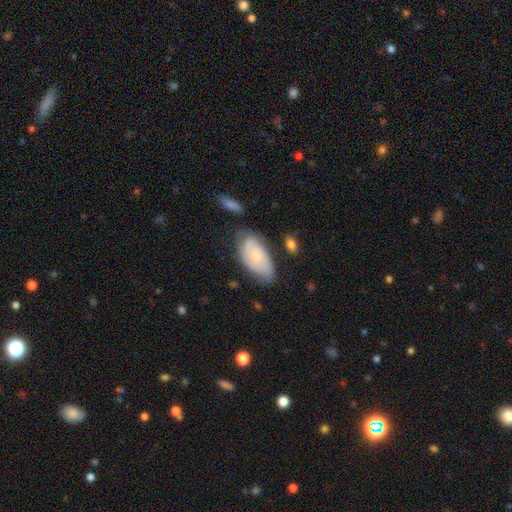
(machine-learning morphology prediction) smooth 54%, featured or disk 39%, star or artifact 7%. Down the decision tree: how rounded — in between (93%); merging — none (56%).